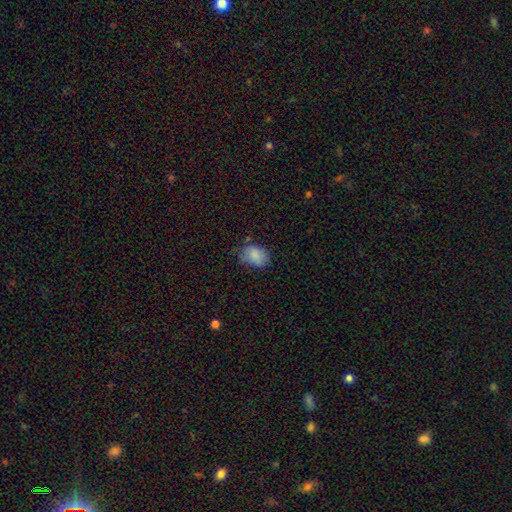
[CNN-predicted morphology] smooth_or_featured: smooth (p=0.84) [alt: star or artifact p=0.09]
how_rounded: in between (p=0.77) [alt: round p=0.22]
merging: none (p=0.56) [alt: minor disturbance p=0.33]